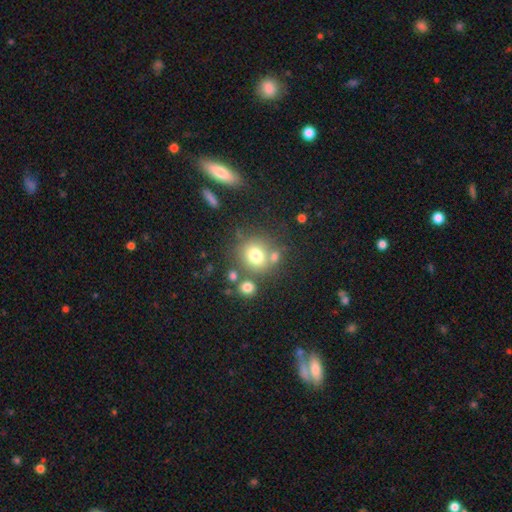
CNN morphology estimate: A smooth galaxy with no disk features (74%) that is round (82%). Merging: none (65%).